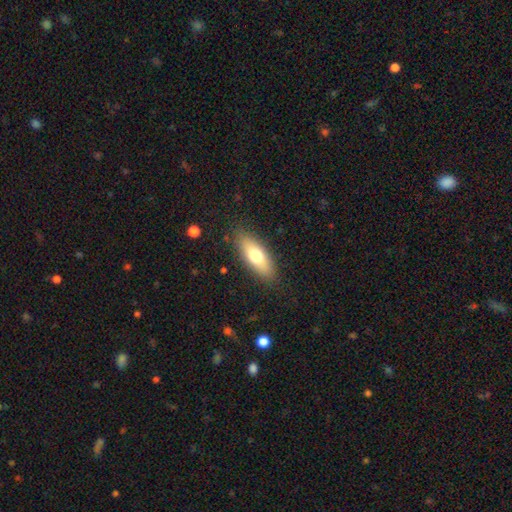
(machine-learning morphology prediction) Smooth or featured? Predicted: smooth (p=0.68). How rounded? Predicted: in between (p=0.67). Merging? Predicted: none (p=0.85).